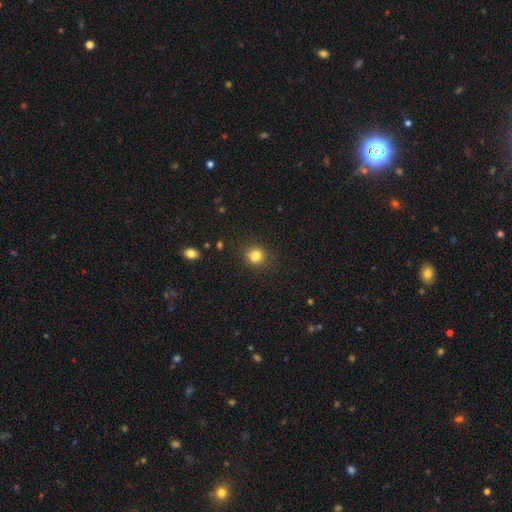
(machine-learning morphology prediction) A smooth galaxy with no disk features (80%) that is round (78%).

Vote fractions:
- Smooth or featured? smooth: 80% / star or artifact: 13% / featured or disk: 7%
- How rounded? round: 78% / in between: 21% / cigar-shaped: 1%
- Merging? none: 72% / minor disturbance: 14% / merger: 10% / major disturbance: 4%